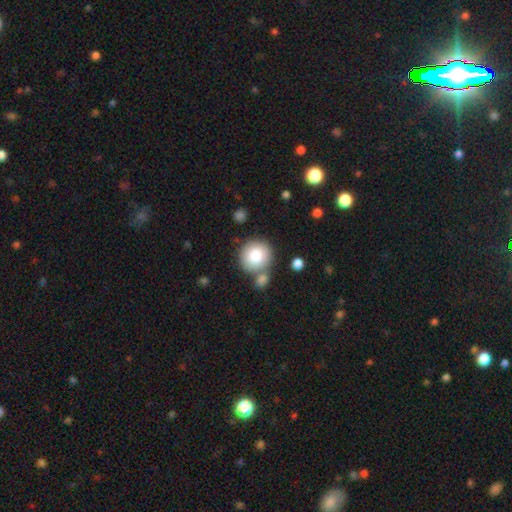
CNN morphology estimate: Smooth or featured? smooth (83%)
How rounded? round (92%)
Merging? none (66%)